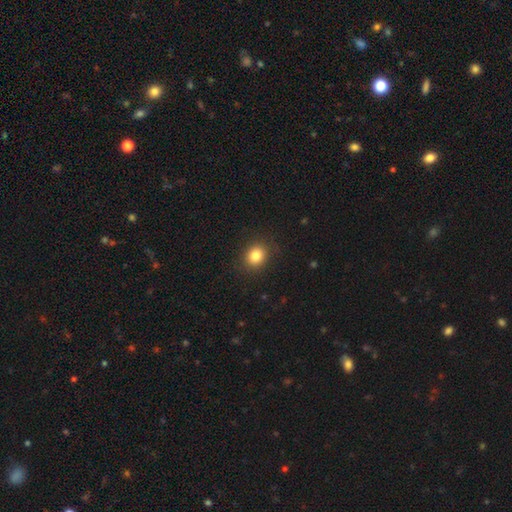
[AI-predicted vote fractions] Overall: smooth (83%). How rounded: round (63%; in between 36%). Merging: none (87%).